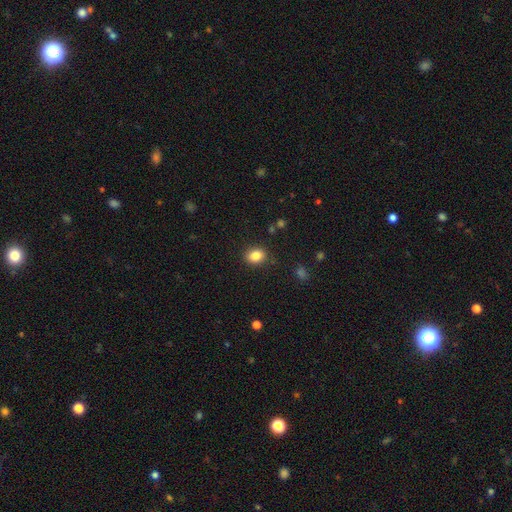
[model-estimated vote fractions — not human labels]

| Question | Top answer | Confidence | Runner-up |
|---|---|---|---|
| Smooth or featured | smooth | 85% | star or artifact (10%) |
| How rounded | in between | 50% | tied: round (50%) |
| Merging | none | 87% | minor disturbance (9%) |